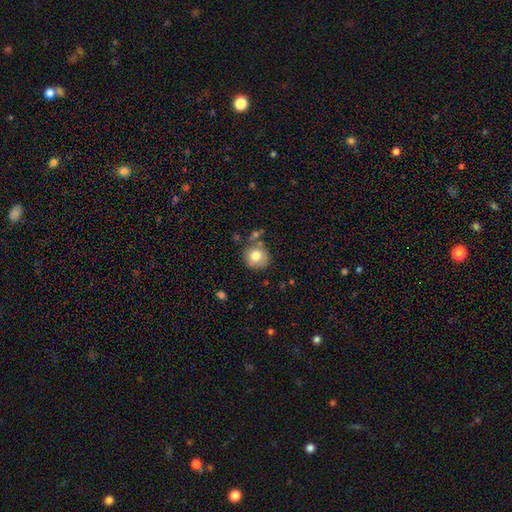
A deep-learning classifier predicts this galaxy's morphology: Smooth or featured? smooth (76%)
How rounded? round (88%)
Merging? none (68%)